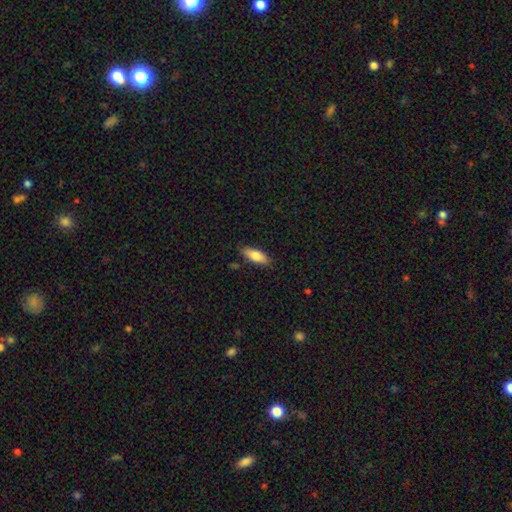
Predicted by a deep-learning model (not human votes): A smooth galaxy with no disk features (78%) that is in between round and cigar-shaped (70%).

Vote fractions:
- Smooth or featured? smooth: 78% / featured or disk: 16% / star or artifact: 6%
- How rounded? in between: 70% / cigar-shaped: 27% / round: 2%
- Merging? none: 83% / minor disturbance: 13% / major disturbance: 2% / merger: 2%